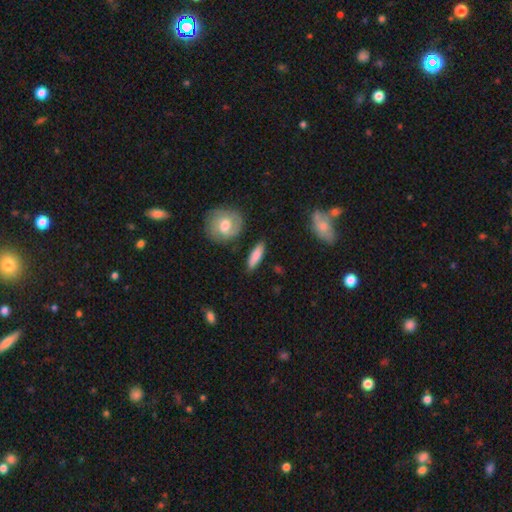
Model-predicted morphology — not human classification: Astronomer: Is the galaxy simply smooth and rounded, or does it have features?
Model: smooth — 80%.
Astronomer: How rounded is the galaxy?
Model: cigar-shaped — 60% (runner-up: in between, 37%).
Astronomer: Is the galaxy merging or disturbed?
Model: none — 84%.